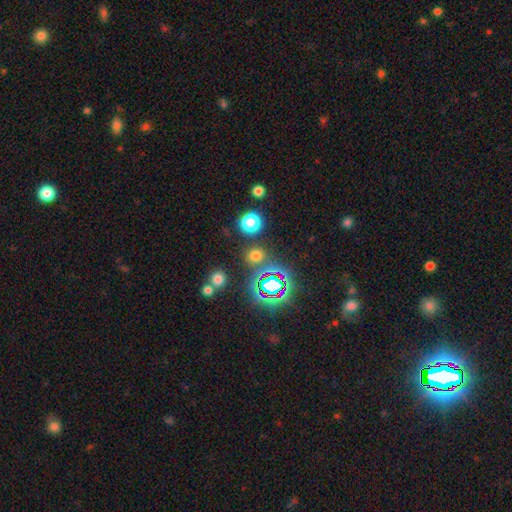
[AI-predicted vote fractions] Smooth or featured?
  - smooth: 57% *
  - star or artifact: 37%
  - featured or disk: 7%
How rounded?
  - round: 81% *
  - in between: 17%
  - cigar-shaped: 1%
Merging?
  - none: 79% *
  - minor disturbance: 8%
  - merger: 8%
  - major disturbance: 4%